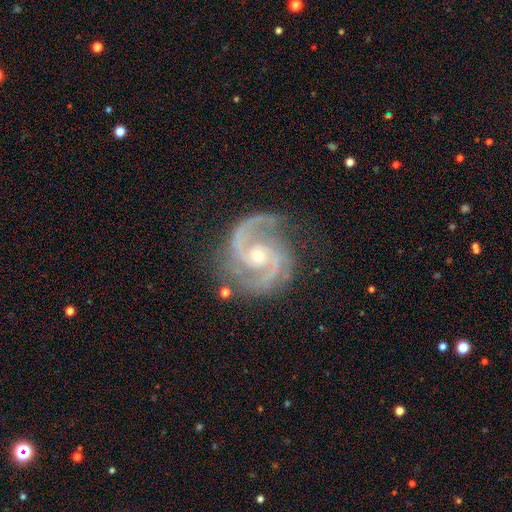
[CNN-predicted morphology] A featured or disk galaxy (92%) with no bar (55%), 2 (88%) medium (59%) spiral arms (99%) and a small central bulge (51%).

Vote fractions:
- Smooth or featured? featured or disk: 92% / star or artifact: 5% / smooth: 2%
- Edge-on disk? no: 98% / yes: 2%
- Bar? no: 55% / weak: 33% / strong: 12%
- Spiral arms? yes: 99% / no: 1%
- Spiral winding? medium: 59% / tight: 29% / loose: 11%
- Spiral arm count? 2: 88% / 3: 5% / can't tell: 2% / 1: 1% / 4: 1% / more than 4: 1%
- Bulge size? small: 51% / moderate: 45% / large: 1% / none: 1% / dominant: 1%
- Merging? none: 77% / minor disturbance: 15% / major disturbance: 5% / merger: 2%